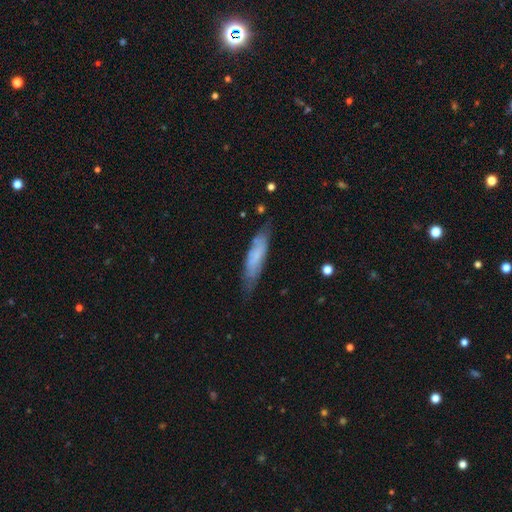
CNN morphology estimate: This appears to be a smooth galaxy with no disk features (58%) that is cigar-shaped (72%). Merging: none (71%).